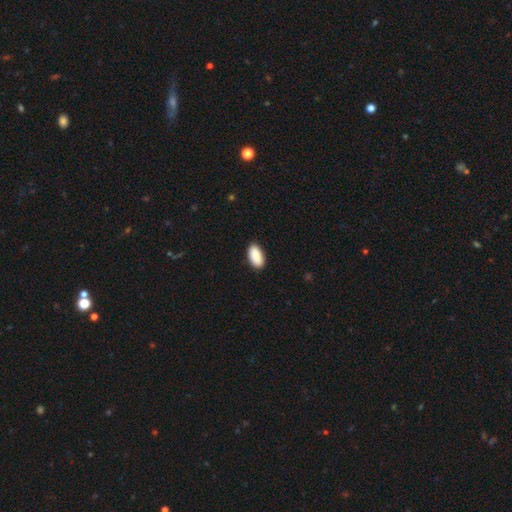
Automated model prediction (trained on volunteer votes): Q: Smooth or featured?
A: smooth (91%); runner-up: star or artifact (6%)
Q: How rounded?
A: in between (95%); runner-up: cigar-shaped (3%)
Q: Merging?
A: none (87%); runner-up: minor disturbance (10%)